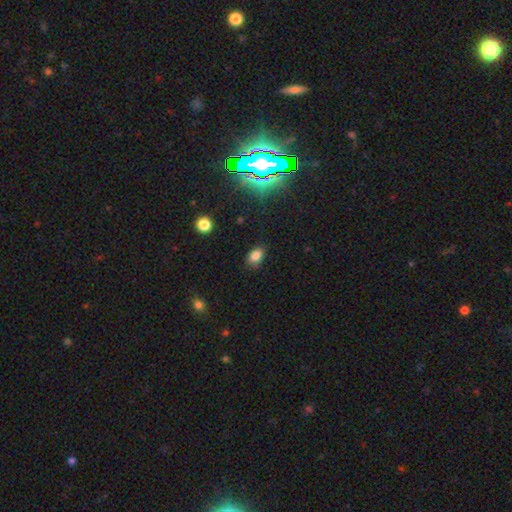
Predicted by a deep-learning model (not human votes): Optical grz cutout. It shows a smooth galaxy with no disk features (82%) that is in between round and cigar-shaped (82%). Merging: none (82%).